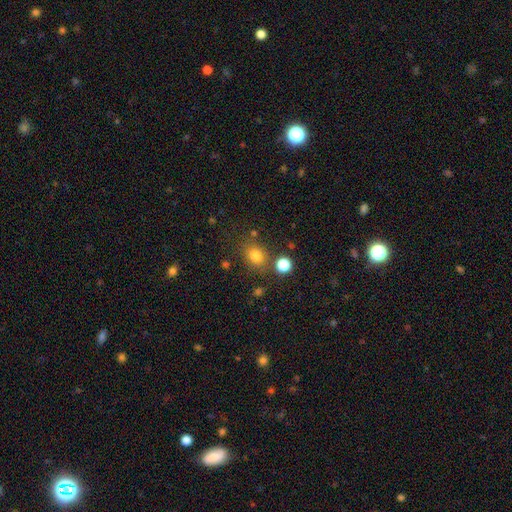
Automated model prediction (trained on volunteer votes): This is likely a smooth galaxy (79%). How rounded: possibly round (59%). Merging: likely none (75%).